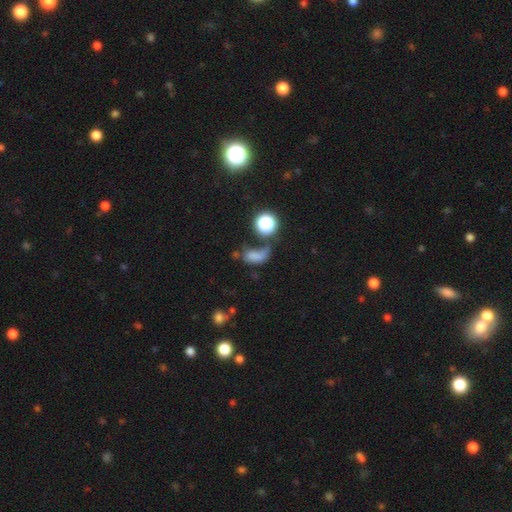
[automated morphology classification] The model was most divided on "merging": major disturbance: 30%, none: 29%, merger: 21%, minor disturbance: 20%. More confident: how rounded — in between (76%); smooth or featured — smooth (66%).